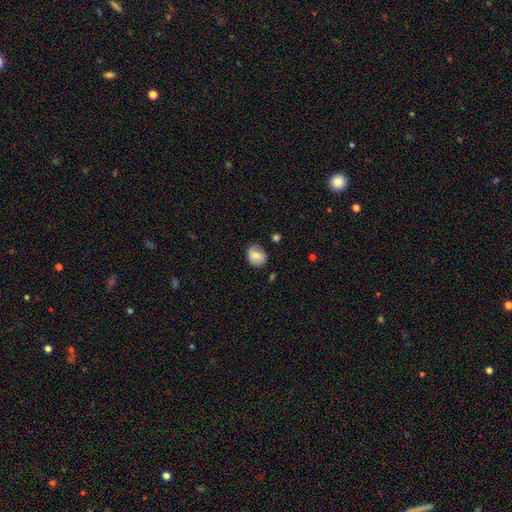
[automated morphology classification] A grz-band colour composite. It shows a smooth galaxy with no disk features (68%) that is round (61%). Merging: none (67%).